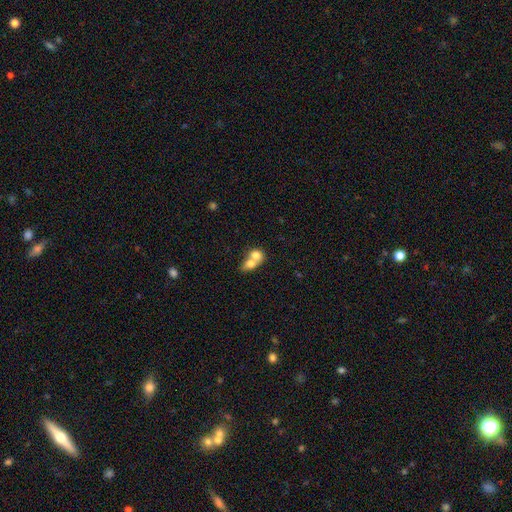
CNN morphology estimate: Smooth or featured: smooth — 71% (featured or disk — 21%)
How rounded: round — 56% (in between — 42%)
Merging: merger — 76% (none — 16%)